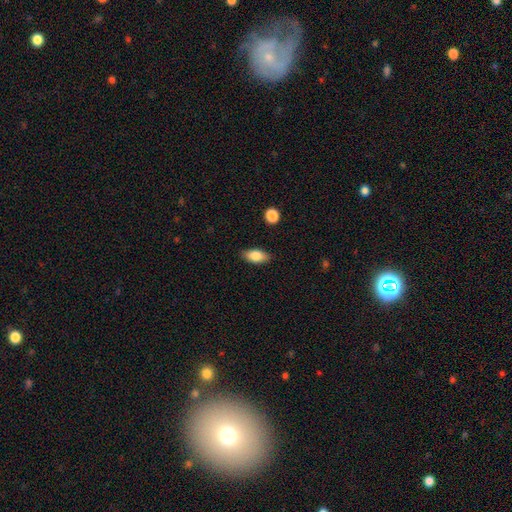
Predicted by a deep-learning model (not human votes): smooth_or_featured: smooth (p=0.82) [alt: featured or disk p=0.10]
how_rounded: in between (p=0.89) [alt: cigar-shaped p=0.06]
merging: none (p=0.86) [alt: minor disturbance p=0.10]